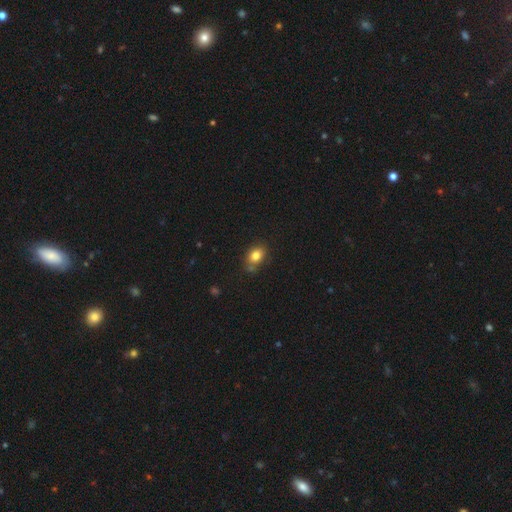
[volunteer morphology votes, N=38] This appears to be a smooth galaxy with no disk features (89%) that is in between round and cigar-shaped (76%). Merging: none (75%).